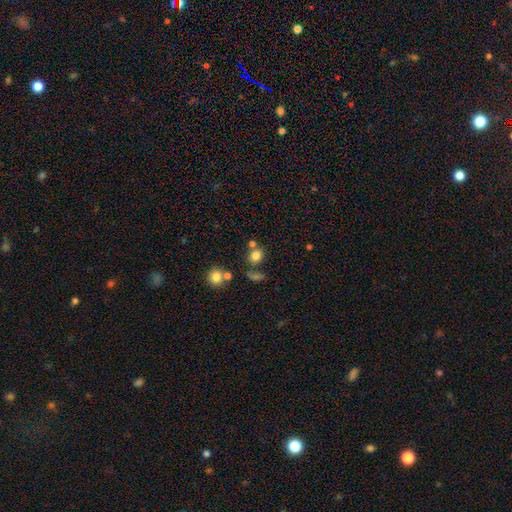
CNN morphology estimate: Overall: smooth (78%). How rounded: round (71%). Merging: none (60%; merger 23%).